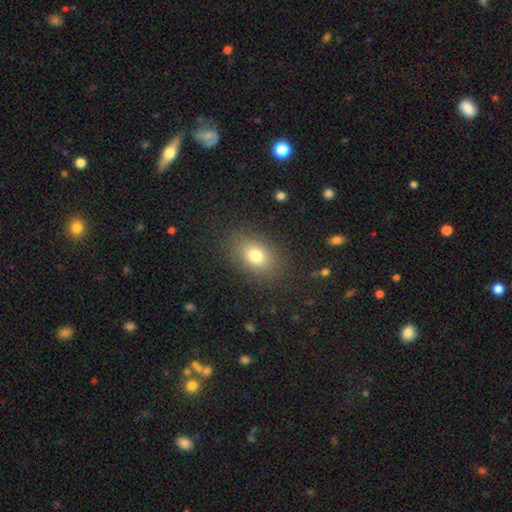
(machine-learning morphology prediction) The model was most divided on "how rounded": in between: 72%, round: 27%, cigar-shaped: 2%. More confident: merging — none (85%); smooth or featured — smooth (77%).